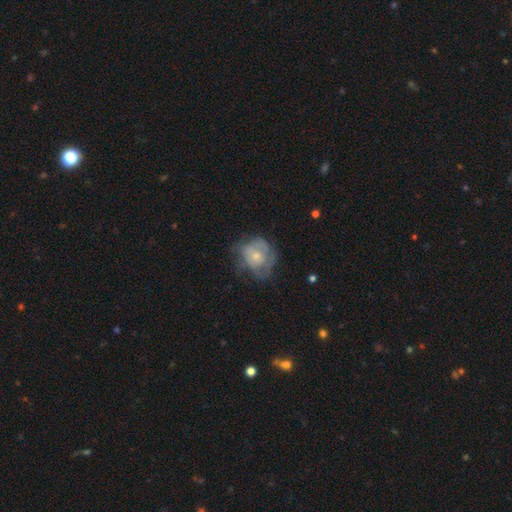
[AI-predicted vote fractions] The model was most divided on "smooth or featured": featured or disk: 51%, smooth: 42%, star or artifact: 7%. Remaining: edge-on disk — no (97%); merging — none (44%).